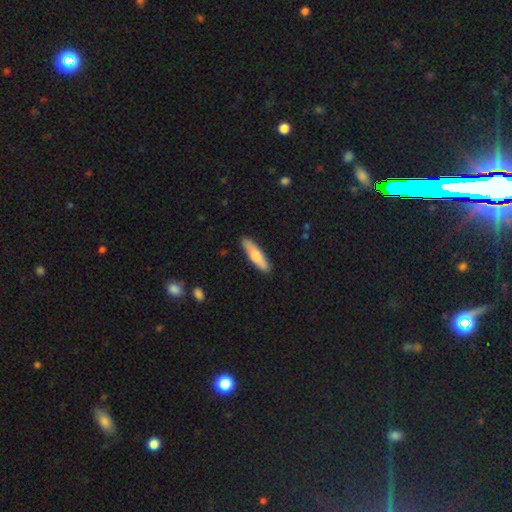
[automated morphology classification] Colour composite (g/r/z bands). It shows a smooth galaxy with no disk features (66%) that is cigar-shaped (74%). Merging: none (88%).